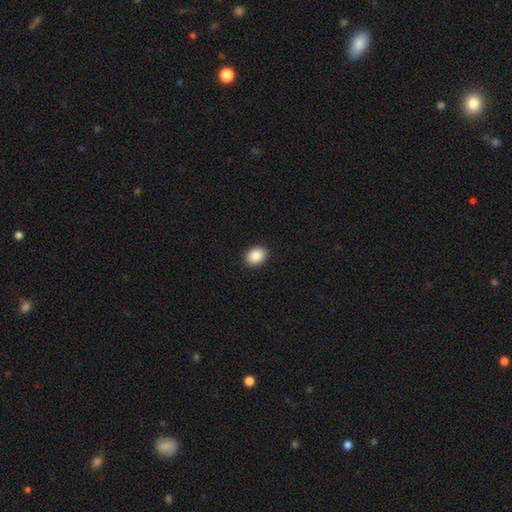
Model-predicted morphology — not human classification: The model was most divided on "how rounded": in between: 63%, round: 36%, cigar-shaped: 1%. More confident: merging — none (91%); smooth or featured — smooth (88%).